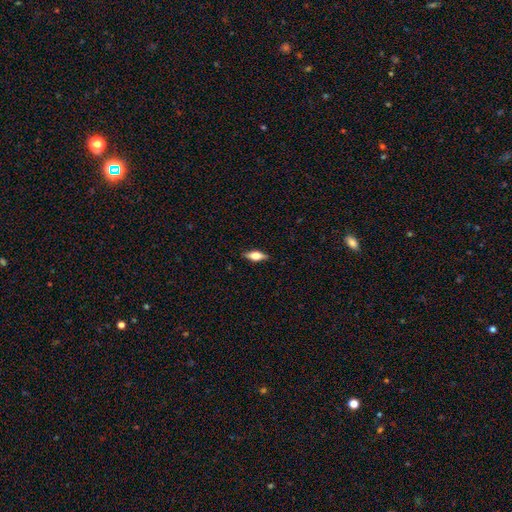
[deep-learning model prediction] Q: Smooth or featured?
A: smooth (54%); runner-up: featured or disk (39%)
Q: How rounded?
A: in between (66%); runner-up: cigar-shaped (30%)
Q: Merging?
A: none (87%); runner-up: minor disturbance (10%)